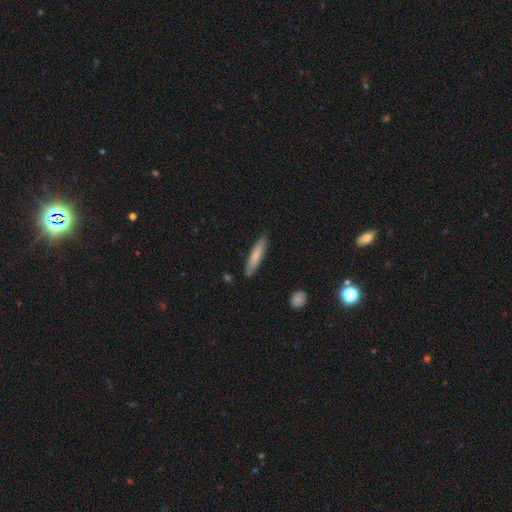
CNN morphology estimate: smooth_or_featured: smooth (p=0.73) [alt: featured or disk p=0.21]
how_rounded: cigar-shaped (p=0.85) [alt: in between p=0.14]
merging: none (p=0.86) [alt: minor disturbance p=0.11]